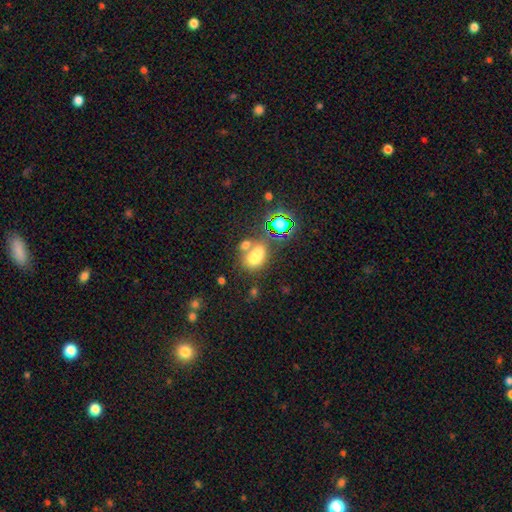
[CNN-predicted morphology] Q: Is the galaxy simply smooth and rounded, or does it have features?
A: smooth — 70%.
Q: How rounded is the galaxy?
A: in between — 74%.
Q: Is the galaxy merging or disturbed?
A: none — 46%.